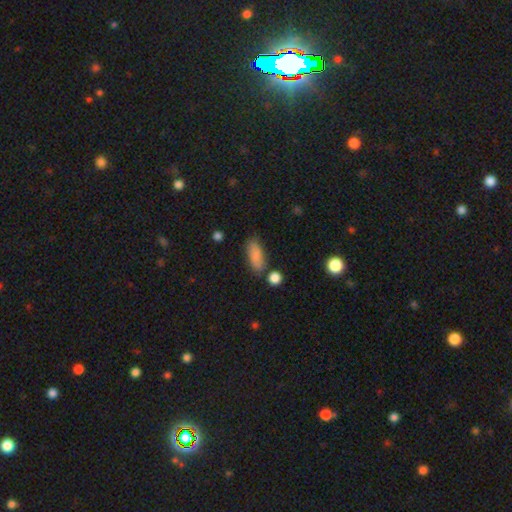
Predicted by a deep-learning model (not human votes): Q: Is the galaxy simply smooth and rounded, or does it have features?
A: smooth — 84%.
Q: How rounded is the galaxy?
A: in between — 79%.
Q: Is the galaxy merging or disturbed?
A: none — 74%.